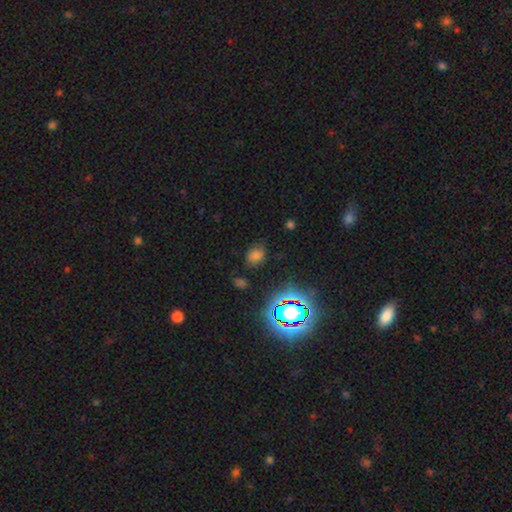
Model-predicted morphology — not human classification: type=smooth (62%); roundness=in between (58%); merging=none (75%).